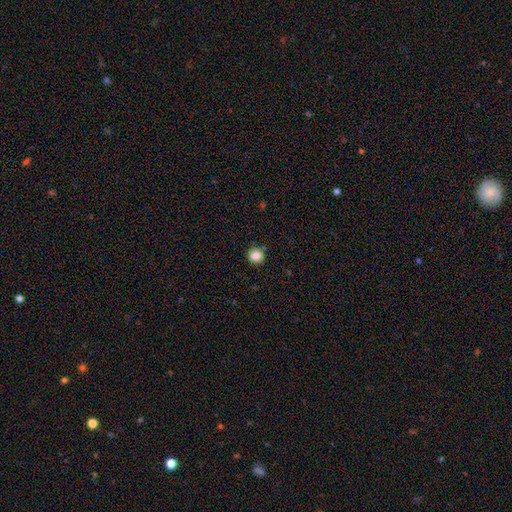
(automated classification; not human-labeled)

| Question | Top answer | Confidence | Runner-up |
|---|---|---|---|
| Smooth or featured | smooth | 85% | star or artifact (10%) |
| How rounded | round | 90% | in between (9%) |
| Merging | none | 84% | minor disturbance (10%) |